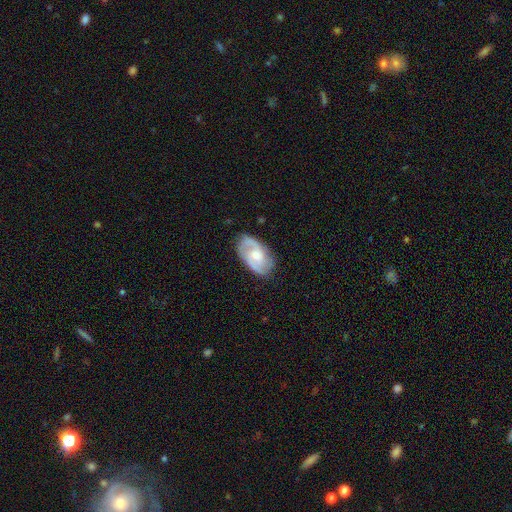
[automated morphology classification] smooth_or_featured: featured or disk (p=0.75) [alt: smooth p=0.19]
disk_edge_on: no (p=0.96) [alt: yes p=0.04]
bar: no (p=0.56) [alt: weak p=0.38]
has_spiral_arms: yes (p=0.93) [alt: no p=0.07]
spiral_winding: medium (p=0.50) [alt: tight p=0.31]
spiral_arm_count: 2 (p=0.75) [alt: can't tell p=0.10]
bulge_size: moderate (p=0.54) [alt: small p=0.37]
merging: none (p=0.77) [alt: minor disturbance p=0.17]